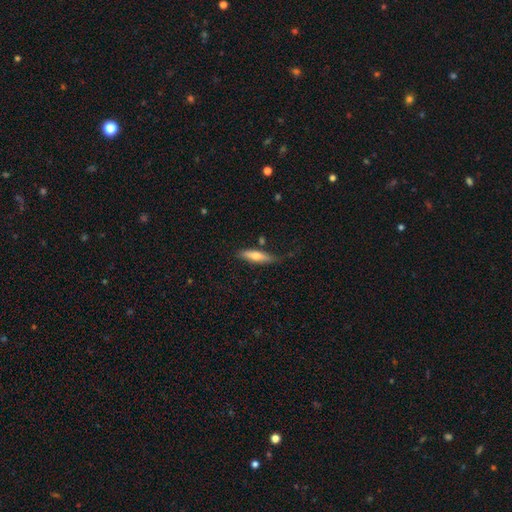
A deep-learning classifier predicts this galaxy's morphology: Smooth or featured? Predicted: smooth (p=0.59). How rounded? Predicted: cigar-shaped (p=0.72). Merging? Predicted: none (p=0.71).